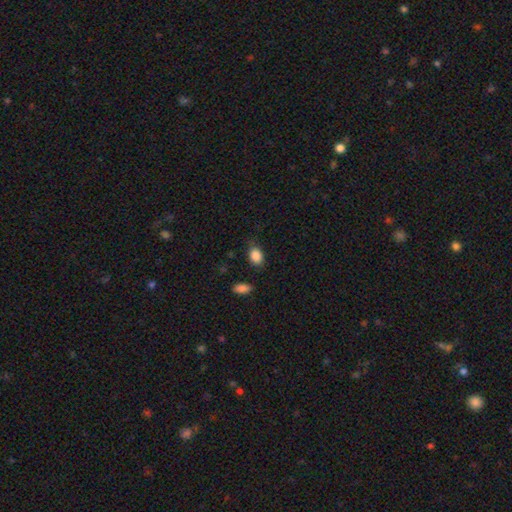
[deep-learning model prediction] smooth_or_featured: smooth (p=0.88) [alt: star or artifact p=0.08]
how_rounded: in between (p=0.79) [alt: round p=0.20]
merging: none (p=0.74) [alt: minor disturbance p=0.19]